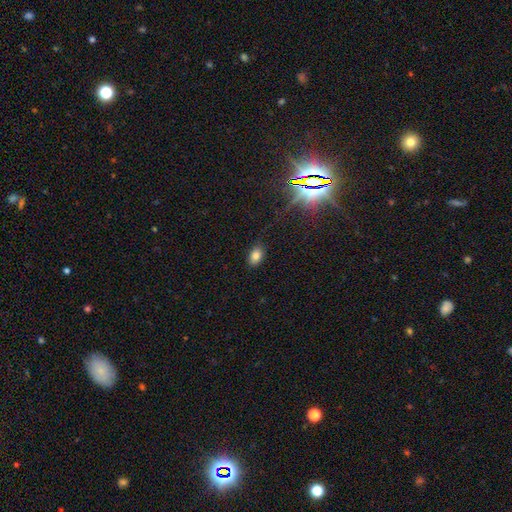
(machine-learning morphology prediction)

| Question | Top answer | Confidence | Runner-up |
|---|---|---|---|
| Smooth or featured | smooth | 81% | star or artifact (13%) |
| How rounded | in between | 86% | round (13%) |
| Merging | none | 82% | minor disturbance (14%) |